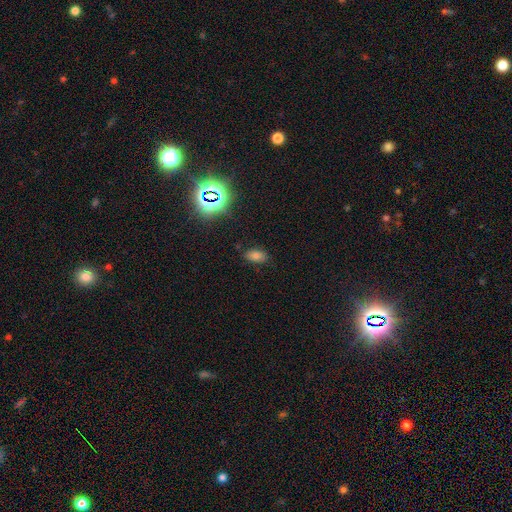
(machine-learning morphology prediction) A smooth galaxy with no disk features (69%) that is in between round and cigar-shaped (89%).

Vote fractions:
- Smooth or featured? smooth: 69% / star or artifact: 22% / featured or disk: 9%
- How rounded? in between: 89% / round: 9% / cigar-shaped: 2%
- Merging? none: 82% / minor disturbance: 13% / major disturbance: 3% / merger: 2%